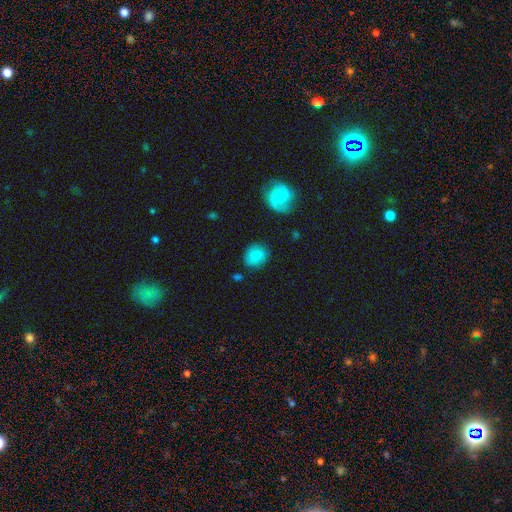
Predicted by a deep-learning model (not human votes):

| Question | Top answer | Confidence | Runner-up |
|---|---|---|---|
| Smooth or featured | smooth | 80% | featured or disk (12%) |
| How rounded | round | 73% | in between (26%) |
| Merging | none | 79% | minor disturbance (14%) |